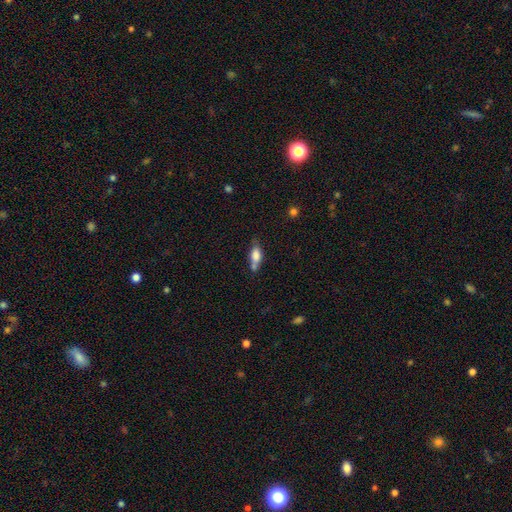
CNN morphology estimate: smooth 74%, featured or disk 17%, star or artifact 8%. Down the decision tree: how rounded — in between (73%); merging — none (48%).